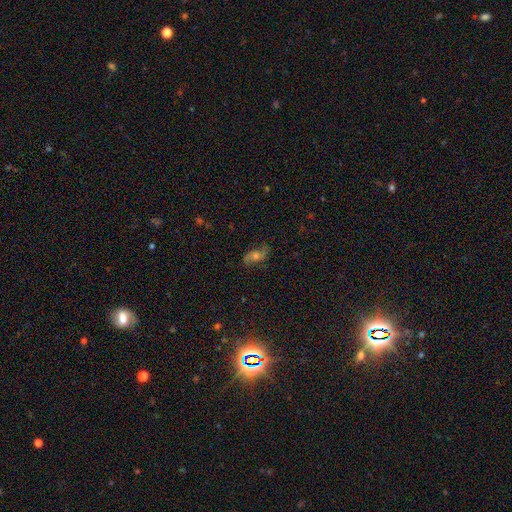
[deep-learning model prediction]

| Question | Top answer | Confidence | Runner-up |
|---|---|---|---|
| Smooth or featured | featured or disk | 58% | smooth (23%) |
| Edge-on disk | no | 91% | yes (9%) |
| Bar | no | 65% | weak (26%) |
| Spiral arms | yes | 87% | no (13%) |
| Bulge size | moderate | 61% | small (24%) |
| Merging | none | 77% | minor disturbance (15%) |